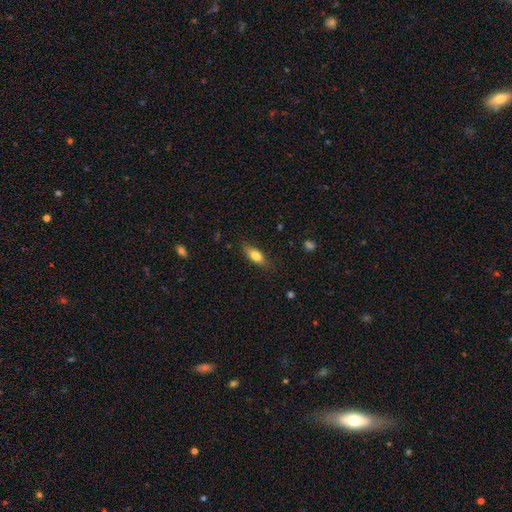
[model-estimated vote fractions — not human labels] This appears to be a smooth galaxy with no disk features (77%) that is in between round and cigar-shaped (73%). Merging: none (81%).